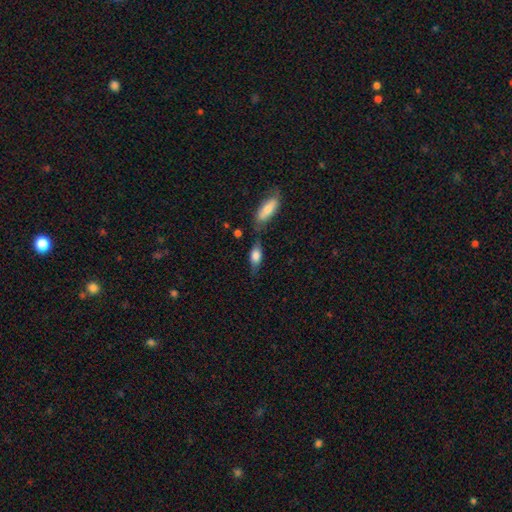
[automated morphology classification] smooth-or-featured: smooth: 71% | featured or disk: 22% | star or artifact: 7%
  how-rounded: in between: 76% | cigar-shaped: 19% | round: 5%
  merging: none: 59% | minor disturbance: 19% | merger: 16% | major disturbance: 6%